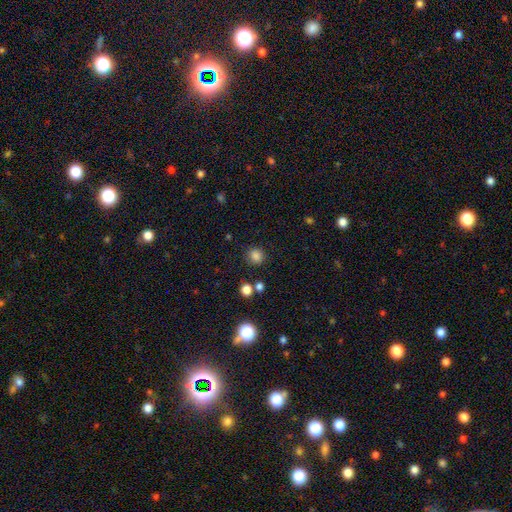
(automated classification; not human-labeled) Smooth or featured? smooth (83%)
How rounded? round (85%)
Merging? none (85%)